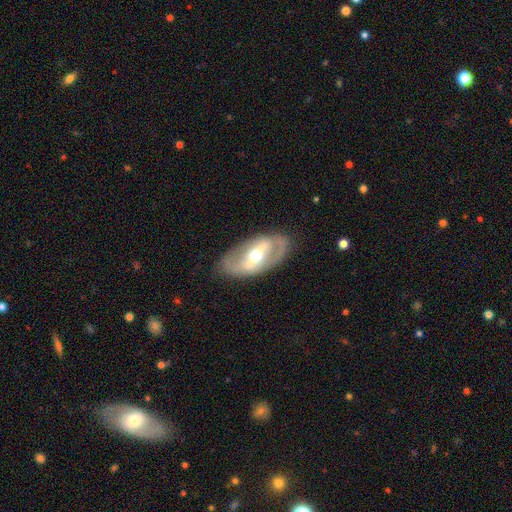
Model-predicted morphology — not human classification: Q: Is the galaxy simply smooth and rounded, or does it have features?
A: featured or disk — 75%.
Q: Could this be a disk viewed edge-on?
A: no — 90%.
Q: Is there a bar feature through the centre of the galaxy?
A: strong — 56%.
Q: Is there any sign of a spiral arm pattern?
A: yes — 54%.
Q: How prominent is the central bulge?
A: moderate — 63%.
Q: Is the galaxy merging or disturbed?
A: none — 79%.